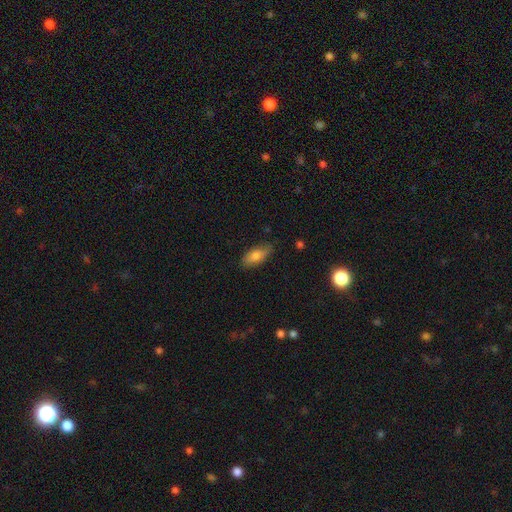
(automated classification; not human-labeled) A smooth galaxy with no disk features (77%) that is in between round and cigar-shaped (84%).

Vote fractions:
- Smooth or featured? smooth: 77% / featured or disk: 16% / star or artifact: 7%
- How rounded? in between: 84% / cigar-shaped: 13% / round: 3%
- Merging? none: 79% / minor disturbance: 17% / major disturbance: 3% / merger: 1%